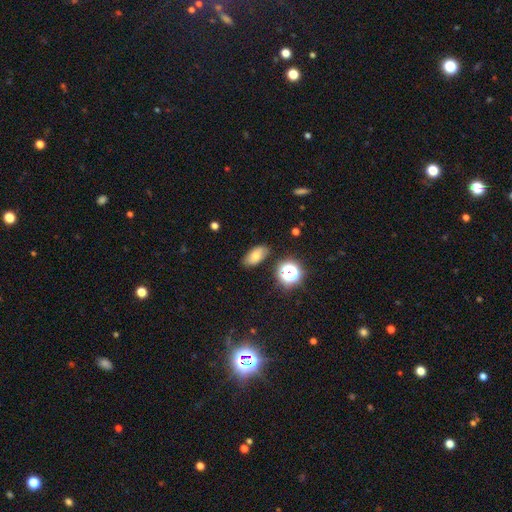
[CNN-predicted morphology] Smooth or featured? smooth (65%)
How rounded? in between (86%)
Merging? none (85%)